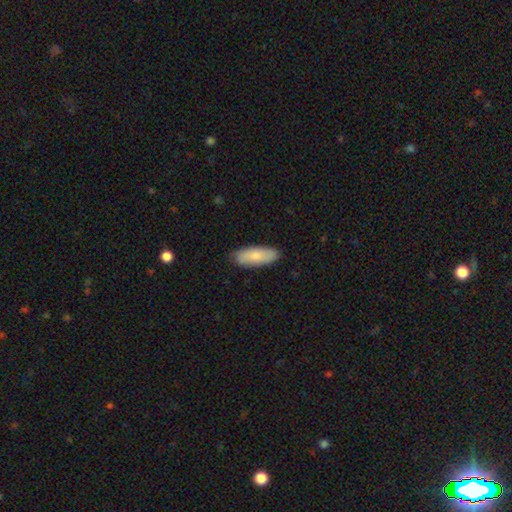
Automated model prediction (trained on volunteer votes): Morphology: type=smooth (81%); roundness=in between (73%); merging=none (87%).